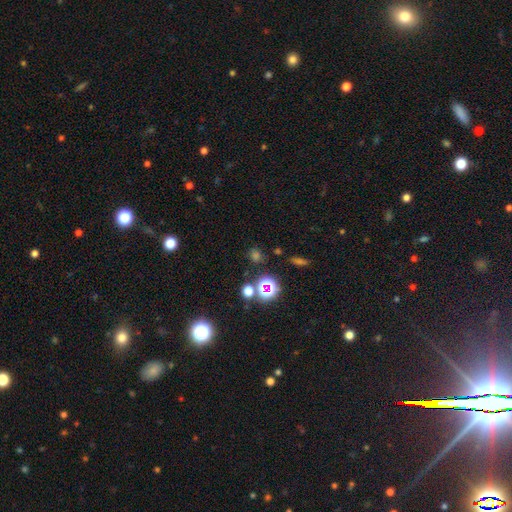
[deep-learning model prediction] star or artifact 50%, smooth 42%, featured or disk 8%.